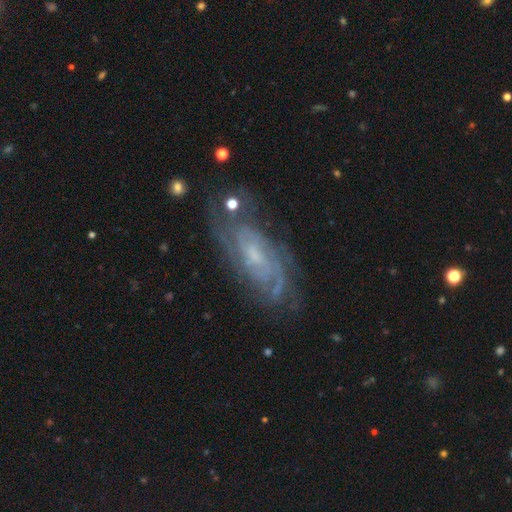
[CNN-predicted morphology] smooth-or-featured: featured or disk: 83% | smooth: 9% | star or artifact: 8%
  disk-edge-on: no: 91% | yes: 9%
    bar: no: 57% | weak: 36% | strong: 7%
    has-spiral-arms: yes: 94% | no: 6%
      spiral-winding: tight: 59% | medium: 33% | loose: 8%
      spiral-arm-count: can't tell: 40% | 2: 23% | 3: 16% | 4: 11% | more than 4: 6% | 1: 5%
    bulge-size: small: 62% | moderate: 28% | none: 8% | large: 2% | dominant: 1%
  merging: none: 72% | minor disturbance: 17% | major disturbance: 7% | merger: 3%